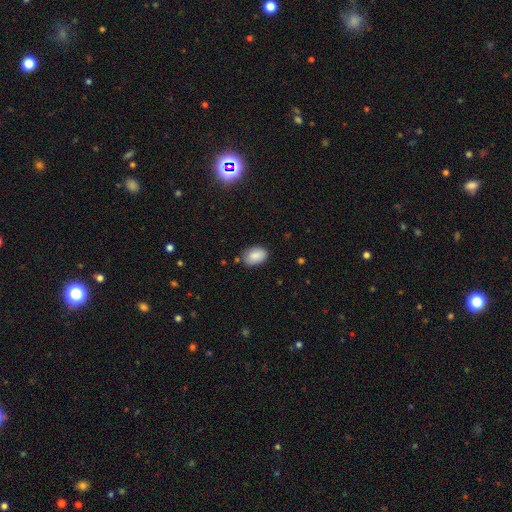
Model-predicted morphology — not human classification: Smooth or featured? Predicted: smooth (p=0.86). How rounded? Predicted: in between (p=0.86). Merging? Predicted: none (p=0.76).